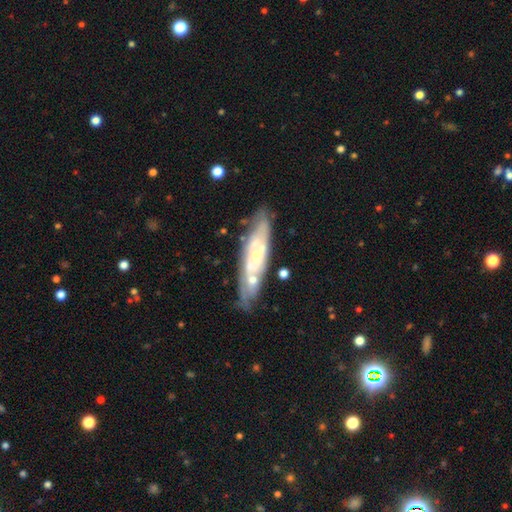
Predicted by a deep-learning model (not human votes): The model was most divided on "edge-on disk": no: 70%, yes: 30%. More confident: smooth or featured — featured or disk (70%); merging — none (68%).